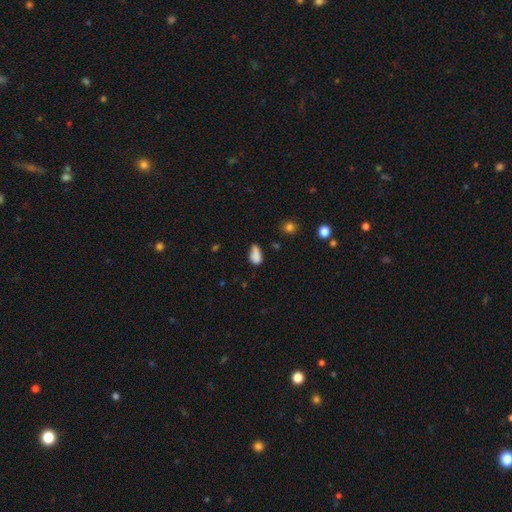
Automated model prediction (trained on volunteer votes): smooth-or-featured: smooth: 79% | star or artifact: 10% | featured or disk: 10%
  how-rounded: in between: 84% | round: 10% | cigar-shaped: 6%
  merging: none: 39% | minor disturbance: 32% | merger: 15% | major disturbance: 13%